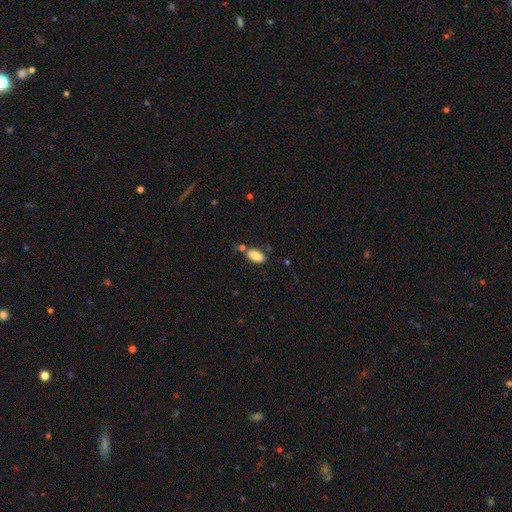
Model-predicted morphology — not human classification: This appears to be a smooth galaxy with no disk features (87%) that is in between round and cigar-shaped (93%). Merging: none (67%).